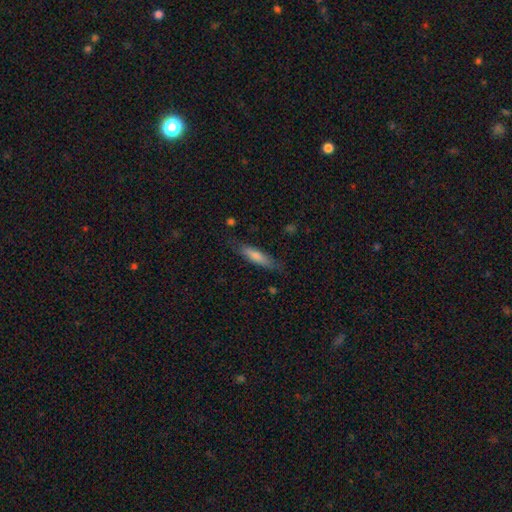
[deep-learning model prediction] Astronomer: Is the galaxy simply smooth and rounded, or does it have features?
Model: smooth — 48% (runner-up: featured or disk, 42%).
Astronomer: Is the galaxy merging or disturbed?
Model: none — 82%.